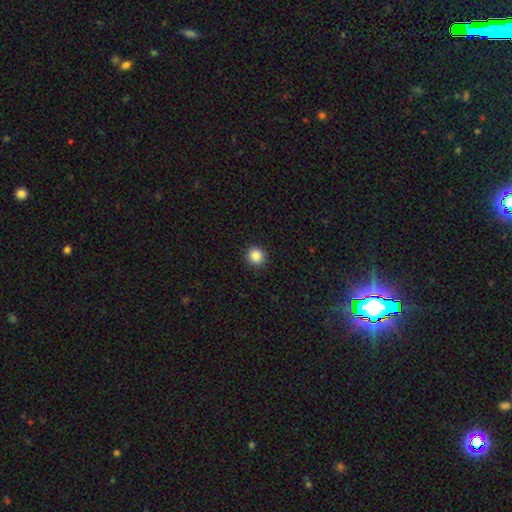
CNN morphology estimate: Smooth or featured: smooth — 87% (star or artifact — 10%)
How rounded: round — 94% (in between — 6%)
Merging: none — 92% (minor disturbance — 5%)